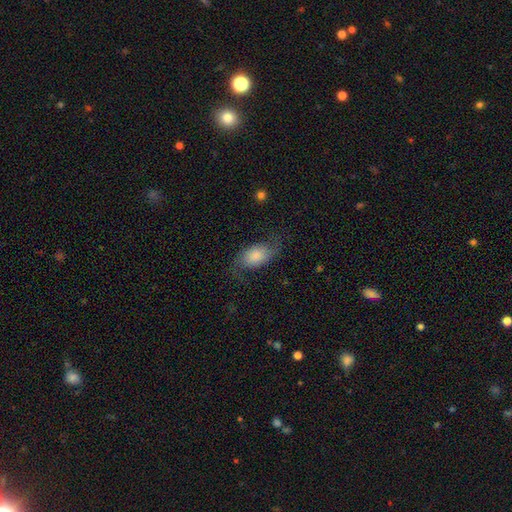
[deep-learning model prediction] The model was most divided on "smooth or featured": smooth: 49%, featured or disk: 42%, star or artifact: 9%. More confident: merging — none (61%).